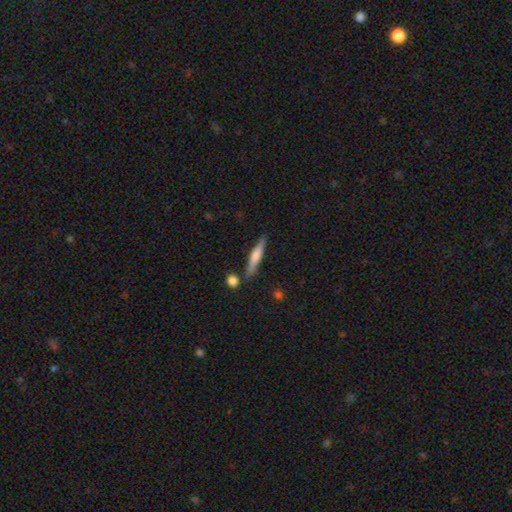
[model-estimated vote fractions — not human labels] This appears to be a smooth galaxy with no disk features (55%) that is cigar-shaped (89%). Merging: none (82%).